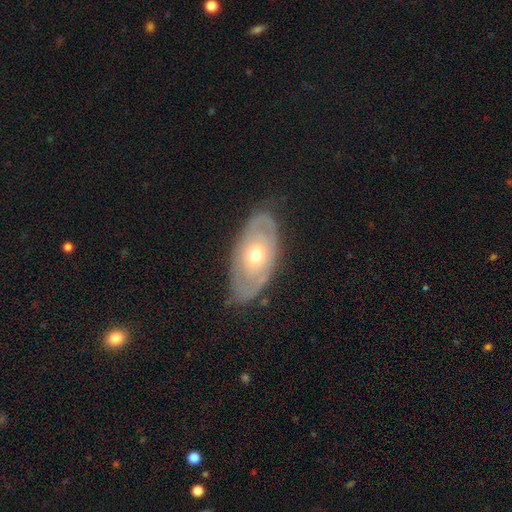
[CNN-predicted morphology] type=featured or disk (62%); edge-on=no (87%); bar=no (88%); spiral arms=no (65%); bulge=moderate (66%); merging=none (79%).